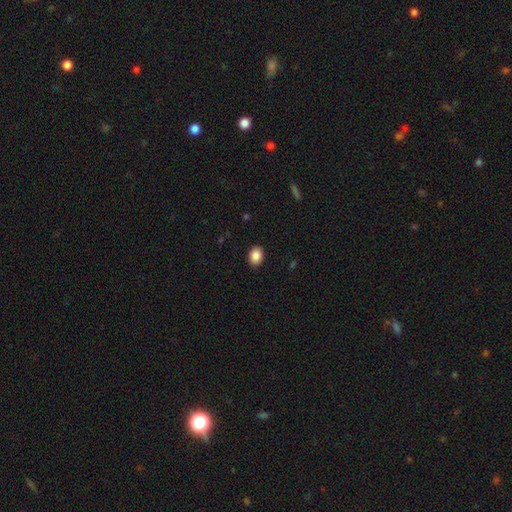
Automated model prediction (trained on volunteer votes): smooth-or-featured: smooth: 88% | star or artifact: 8% | featured or disk: 4%
  how-rounded: in between: 65% | round: 34% | cigar-shaped: 1%
  merging: none: 90% | minor disturbance: 7% | major disturbance: 2% | merger: 1%